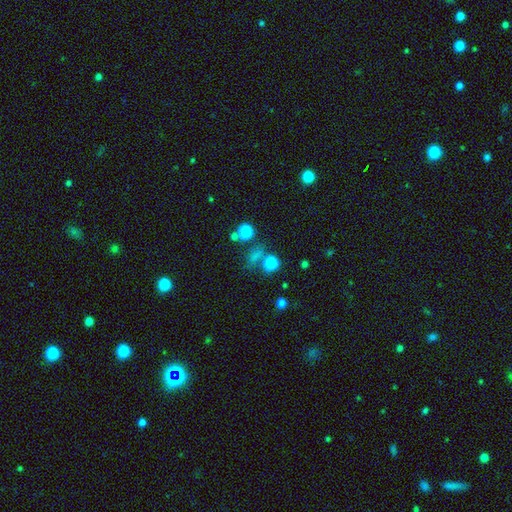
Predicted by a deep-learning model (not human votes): Smooth or featured?
  - smooth: 67% *
  - star or artifact: 25%
  - featured or disk: 8%
How rounded?
  - round: 66% *
  - in between: 31%
  - cigar-shaped: 3%
Merging?
  - none: 59% *
  - merger: 18%
  - minor disturbance: 14%
  - major disturbance: 10%